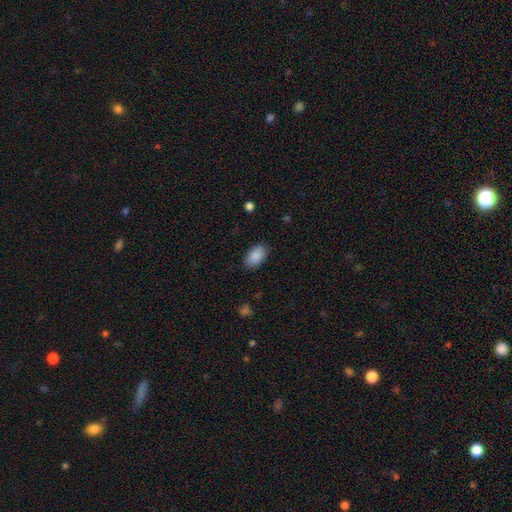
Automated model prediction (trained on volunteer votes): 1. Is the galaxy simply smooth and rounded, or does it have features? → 89% smooth, 7% star or artifact, 4% featured or disk.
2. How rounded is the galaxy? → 93% in between, 6% round, 1% cigar-shaped.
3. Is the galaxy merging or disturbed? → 86% none, 10% minor disturbance, 3% major disturbance, 1% merger.